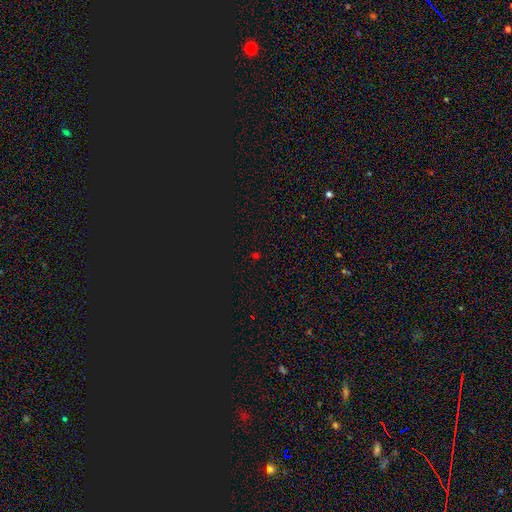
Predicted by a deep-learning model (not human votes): This appears to be a star or artifact, not a galaxy (67%).